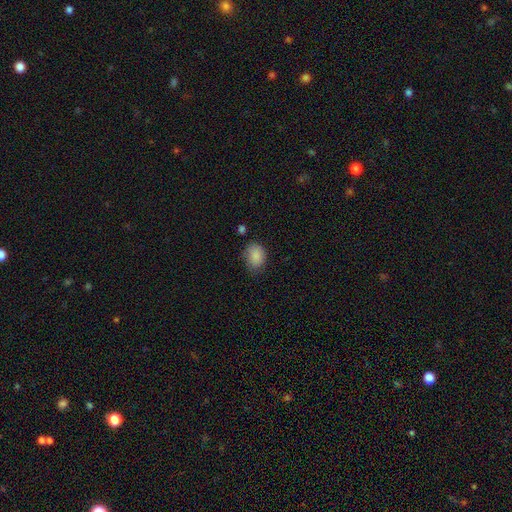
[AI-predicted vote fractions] smooth-or-featured: smooth: 87% | star or artifact: 8% | featured or disk: 5%
  how-rounded: in between: 69% | round: 30% | cigar-shaped: 1%
  merging: none: 65% | minor disturbance: 26% | major disturbance: 6% | merger: 3%